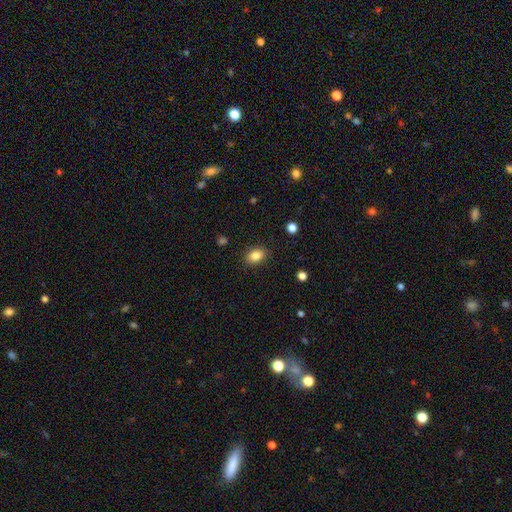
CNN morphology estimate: This is clearly a smooth galaxy (84%). How rounded: likely in between (75%). Merging: clearly none (87%).